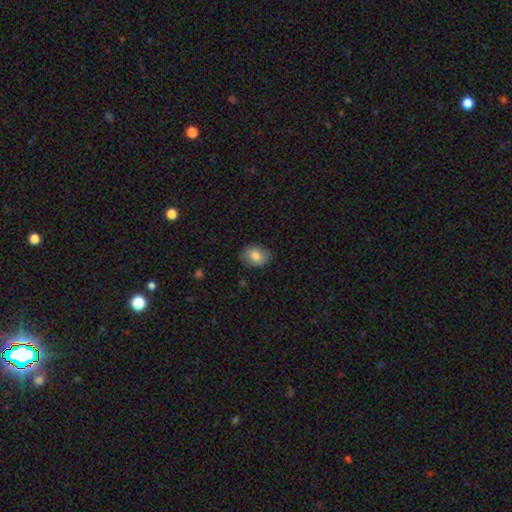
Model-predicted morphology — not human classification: A smooth galaxy with no disk features (80%) that is in between round and cigar-shaped (64%). Merging: none (83%).